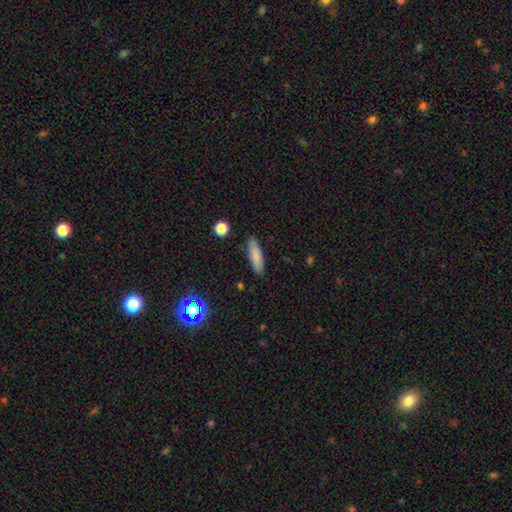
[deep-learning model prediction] smooth-or-featured: smooth: 81% | featured or disk: 11% | star or artifact: 8%
  how-rounded: cigar-shaped: 57% | in between: 41% | round: 2%
  merging: none: 84% | minor disturbance: 12% | major disturbance: 2% | merger: 2%